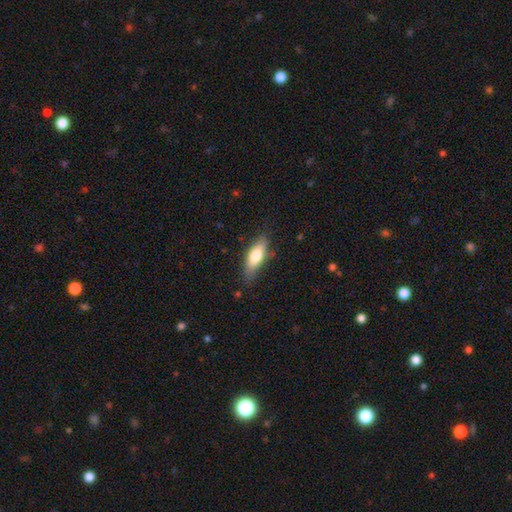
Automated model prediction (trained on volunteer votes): The model was most divided on "how rounded": in between: 59%, cigar-shaped: 38%, round: 2%. More confident: merging — none (78%); smooth or featured — smooth (71%).